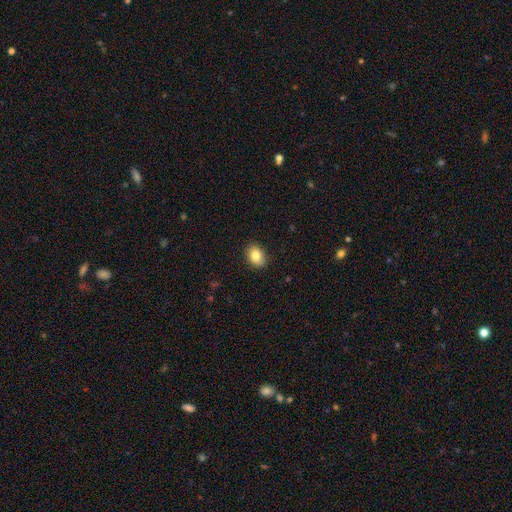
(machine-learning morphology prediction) Q: Smooth or featured?
A: smooth (84%); runner-up: star or artifact (8%)
Q: How rounded?
A: in between (70%); runner-up: round (28%)
Q: Merging?
A: none (88%); runner-up: minor disturbance (10%)